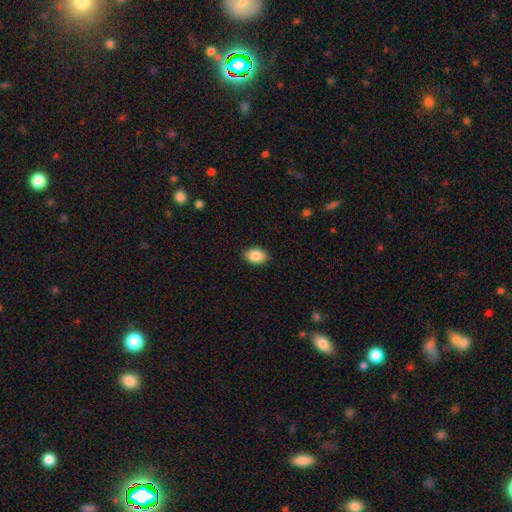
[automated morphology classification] A smooth galaxy with no disk features (87%) that is in between round and cigar-shaped (84%). Merging: none (88%).